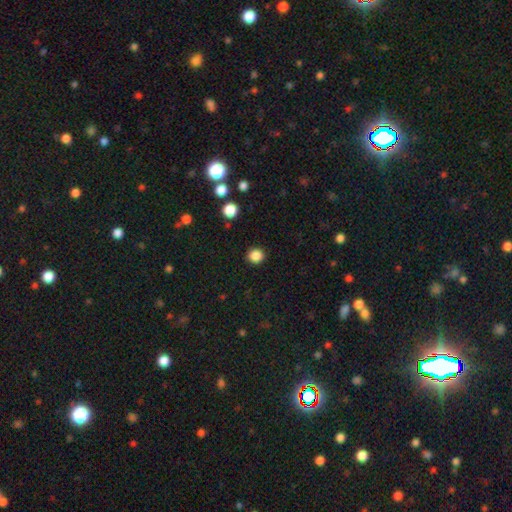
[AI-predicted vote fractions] This is clearly a smooth galaxy (86%). How rounded: clearly round (89%). Merging: clearly none (91%).